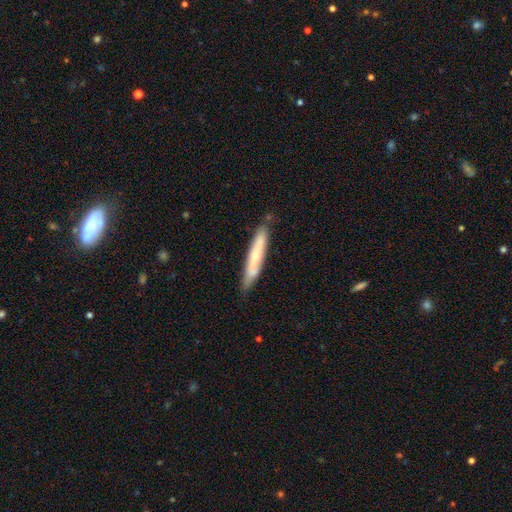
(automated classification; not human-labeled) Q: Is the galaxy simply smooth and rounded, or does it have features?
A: smooth — 53%.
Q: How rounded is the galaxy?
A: cigar-shaped — 91%.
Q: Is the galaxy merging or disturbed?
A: none — 76%.